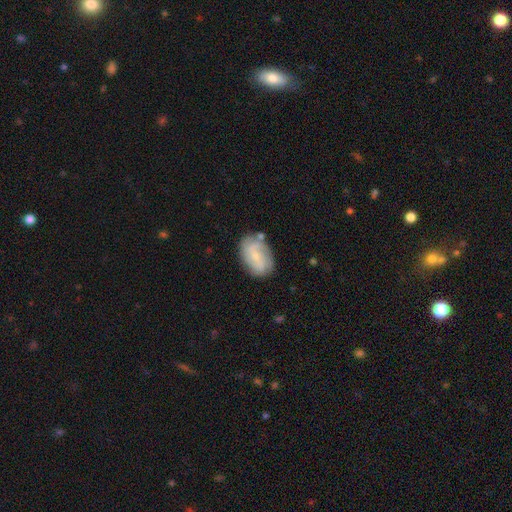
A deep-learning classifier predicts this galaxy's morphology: smooth_or_featured: featured or disk (p=0.57) [alt: smooth p=0.36]
disk_edge_on: no (p=0.96) [alt: yes p=0.04]
bar: no (p=0.55) [alt: weak p=0.37]
has_spiral_arms: yes (p=0.82) [alt: no p=0.18]
bulge_size: small (p=0.71) [alt: moderate p=0.23]
merging: none (p=0.72) [alt: minor disturbance p=0.19]